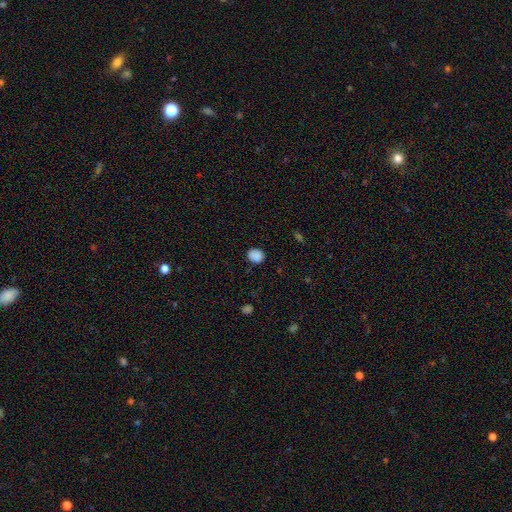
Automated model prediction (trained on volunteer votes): Overall: smooth (87%). How rounded: round (69%; in between 30%). Merging: none (84%).